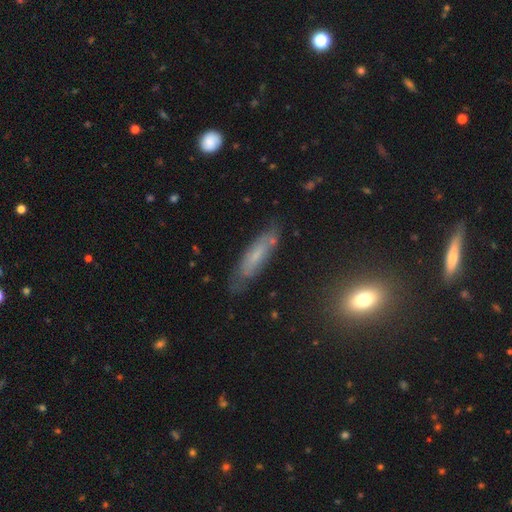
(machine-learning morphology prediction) Smooth or featured?
  - featured or disk: 47% *
  - smooth: 44%
  - star or artifact: 9%
Merging?
  - none: 71% *
  - minor disturbance: 21%
  - major disturbance: 6%
  - merger: 2%